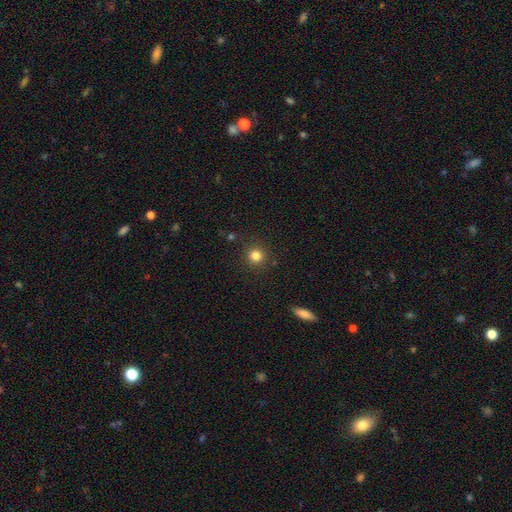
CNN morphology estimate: smooth_or_featured: smooth (p=0.82) [alt: star or artifact p=0.13]
how_rounded: round (p=0.93) [alt: in between p=0.06]
merging: none (p=0.89) [alt: minor disturbance p=0.07]